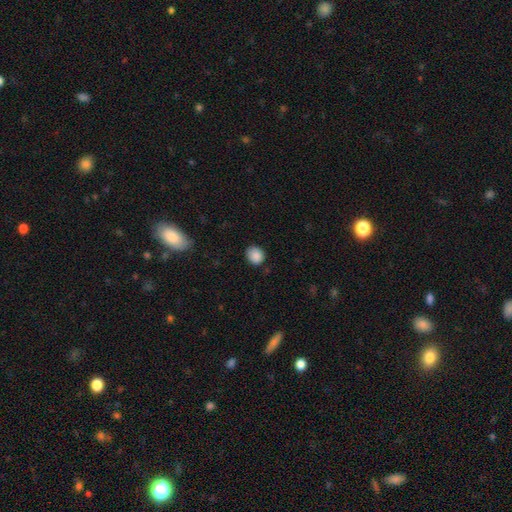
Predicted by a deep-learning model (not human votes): smooth_or_featured: smooth (p=0.88) [alt: star or artifact p=0.09]
how_rounded: round (p=0.78) [alt: in between p=0.21]
merging: none (p=0.83) [alt: minor disturbance p=0.13]